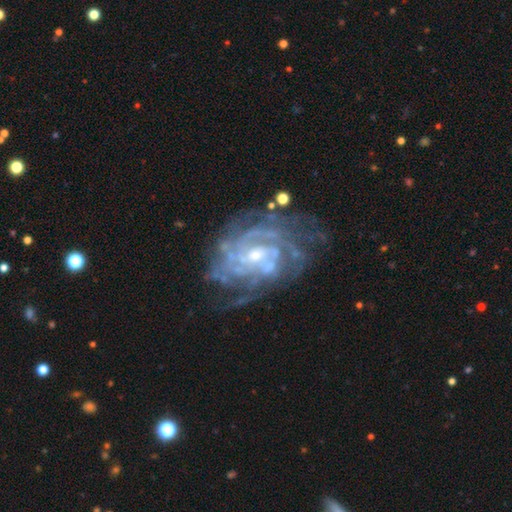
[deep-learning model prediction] A featured or disk galaxy (89%) with no bar (49%), tight (63%) spiral arms (93%) and a small central bulge (52%). Merging: none (62%).